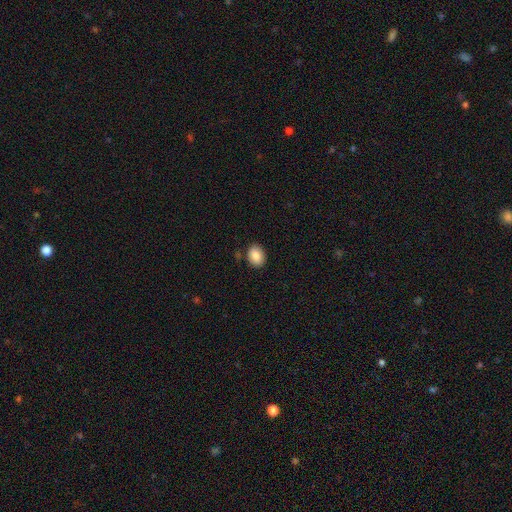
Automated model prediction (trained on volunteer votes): This appears to be a smooth galaxy with no disk features (88%) that is in between round and cigar-shaped (68%). Merging: none (83%).